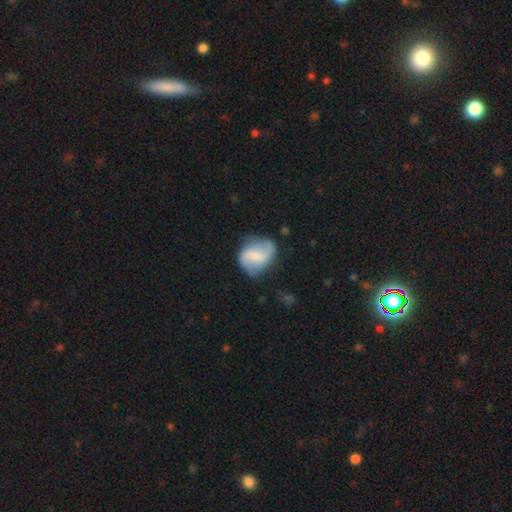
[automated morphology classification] smooth-or-featured: featured or disk: 63% | smooth: 30% | star or artifact: 7%
  disk-edge-on: no: 98% | yes: 2%
    bar: weak: 46% | strong: 30% | no: 24%
    has-spiral-arms: yes: 89% | no: 11%
      spiral-winding: loose: 53% | medium: 35% | tight: 12%
      spiral-arm-count: 2: 88% | can't tell: 5% | 1: 3% | 3: 1% | 4: 1% | more than 4: 1%
    bulge-size: none: 47% | small: 26% | moderate: 17% | large: 7% | dominant: 2%
  merging: none: 66% | minor disturbance: 22% | major disturbance: 9% | merger: 2%